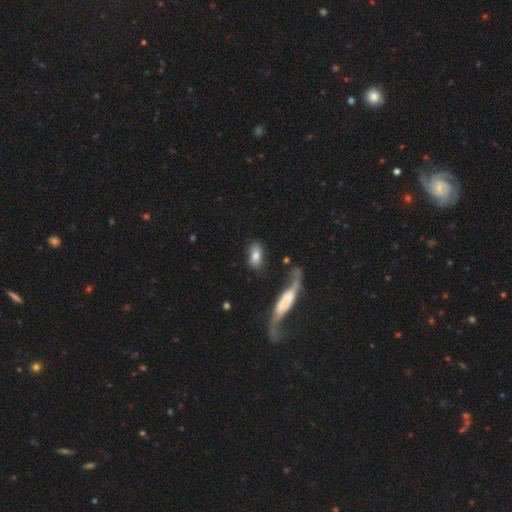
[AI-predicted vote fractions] This appears to be a smooth galaxy with no disk features (77%) that is in between round and cigar-shaped (88%). Merging: none (70%).